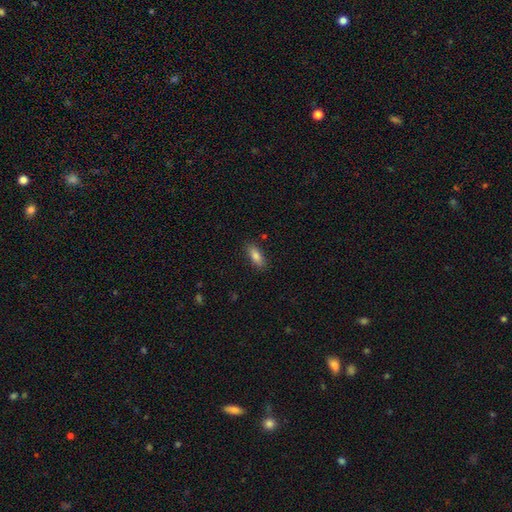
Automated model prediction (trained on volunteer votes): This is clearly a smooth galaxy (83%). How rounded: likely in between (77%). Merging: clearly none (85%).